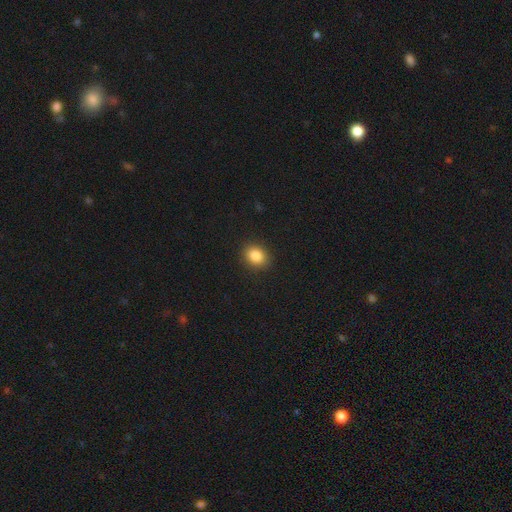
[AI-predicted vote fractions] Smooth or featured?
  - smooth: 86% *
  - star or artifact: 10%
  - featured or disk: 4%
How rounded?
  - round: 53% *
  - in between: 46%
  - cigar-shaped: 1%
Merging?
  - none: 89% *
  - minor disturbance: 7%
  - major disturbance: 2%
  - merger: 1%